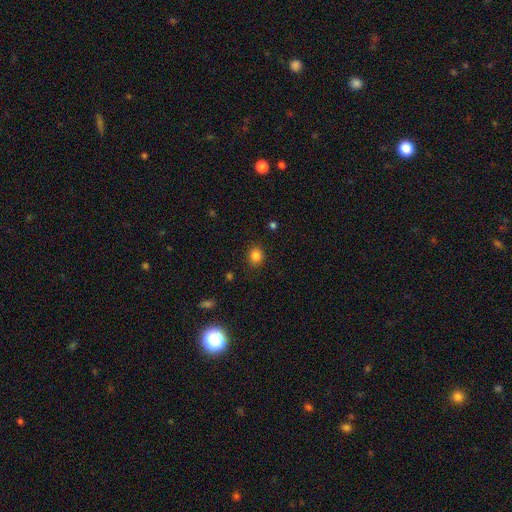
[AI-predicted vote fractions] A smooth galaxy with no disk features (83%) that is round (72%).

Vote fractions:
- Smooth or featured? smooth: 83% / star or artifact: 12% / featured or disk: 5%
- How rounded? round: 72% / in between: 27% / cigar-shaped: 1%
- Merging? none: 88% / minor disturbance: 8% / major disturbance: 2% / merger: 1%